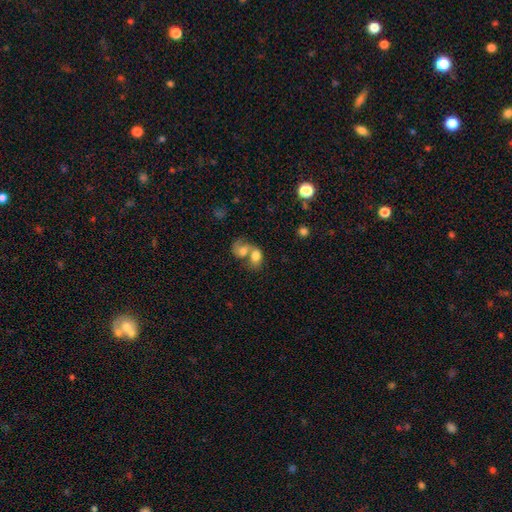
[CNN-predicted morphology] smooth-or-featured: smooth: 67% | featured or disk: 24% | star or artifact: 9%
  how-rounded: in between: 70% | round: 29% | cigar-shaped: 2%
  merging: merger: 74% | none: 14% | major disturbance: 6% | minor disturbance: 6%